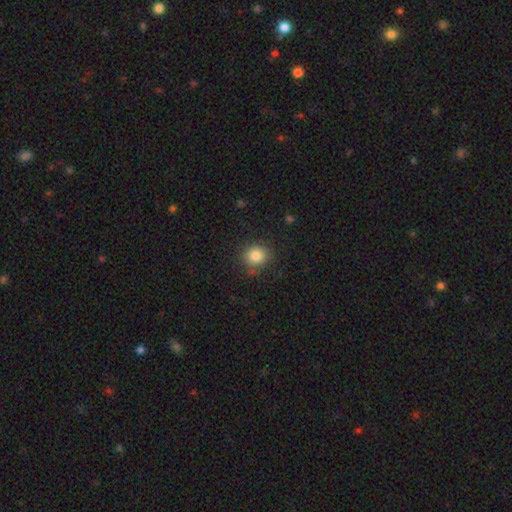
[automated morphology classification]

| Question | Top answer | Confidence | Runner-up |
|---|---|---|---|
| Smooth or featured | smooth | 84% | star or artifact (11%) |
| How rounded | round | 84% | in between (15%) |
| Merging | none | 83% | minor disturbance (12%) |